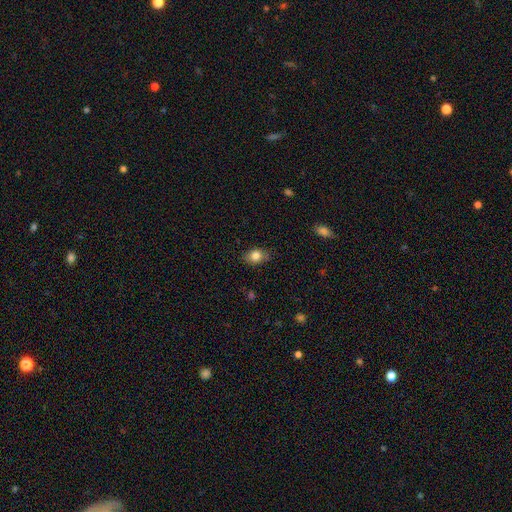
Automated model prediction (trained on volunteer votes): A smooth galaxy with no disk features (81%) that is in between round and cigar-shaped (70%).

Vote fractions:
- Smooth or featured? smooth: 81% / featured or disk: 10% / star or artifact: 9%
- How rounded? in between: 70% / round: 28% / cigar-shaped: 2%
- Merging? none: 78% / minor disturbance: 17% / major disturbance: 3% / merger: 1%